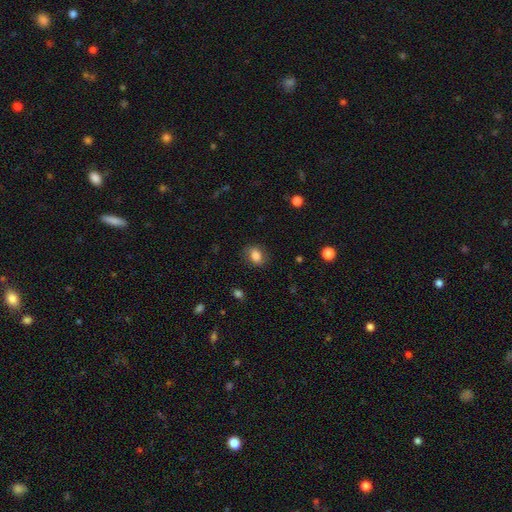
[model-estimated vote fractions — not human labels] A smooth galaxy with no disk features (80%) that is in between round and cigar-shaped (66%). Merging: none (78%).